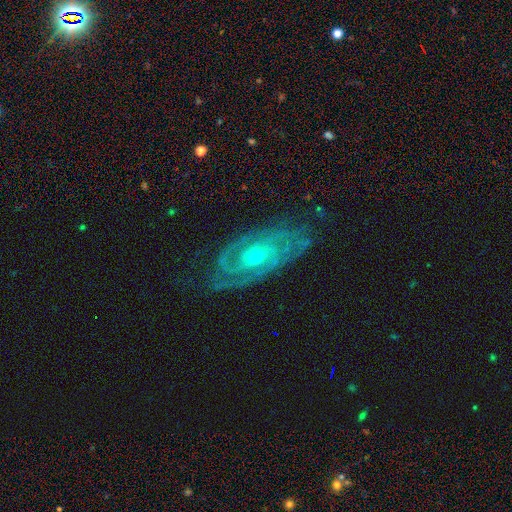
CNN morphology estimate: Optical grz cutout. It shows a featured or disk galaxy (89%) with no bar (71%), 2 (54%) tight (65%) spiral arms (97%) and a small central bulge (54%). Merging: none (73%).